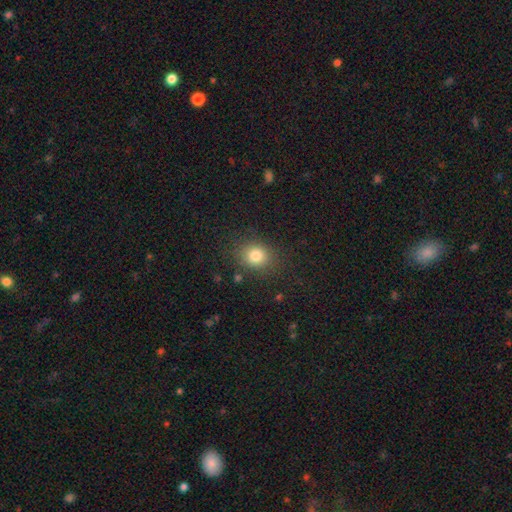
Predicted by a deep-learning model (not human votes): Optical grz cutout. It shows a smooth galaxy with no disk features (81%) that is round (70%). Merging: none (84%).